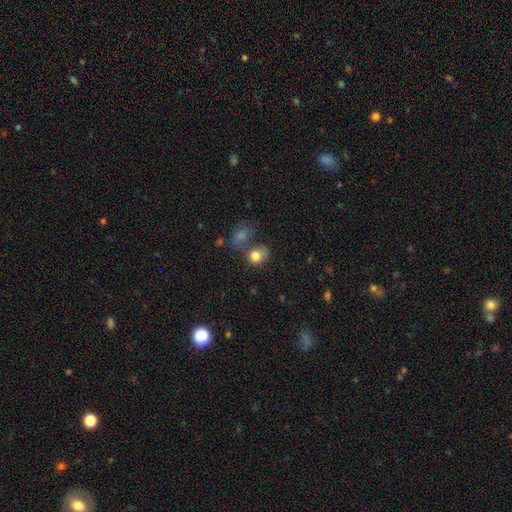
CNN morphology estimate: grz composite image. It shows a smooth galaxy with no disk features (80%) that is round (62%). Merging: none (43%).